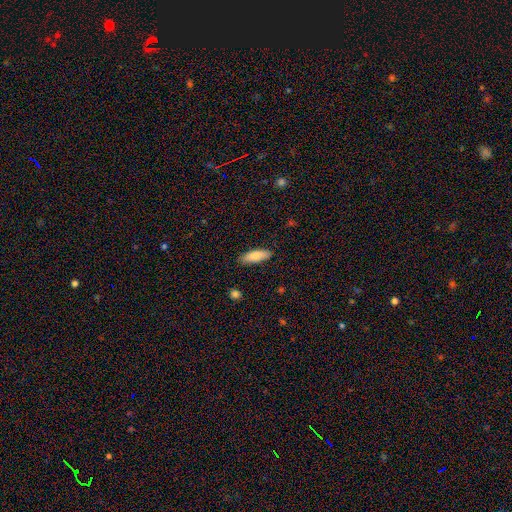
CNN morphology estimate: A smooth galaxy with no disk features (78%) that is in between round and cigar-shaped (59%). Merging: none (85%).